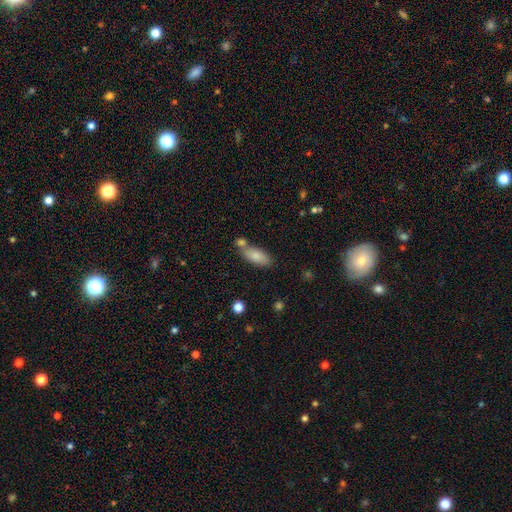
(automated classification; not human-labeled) The model was most divided on "merging": none: 56%, merger: 27%, minor disturbance: 14%, major disturbance: 4%. More confident: how rounded — in between (84%); smooth or featured — smooth (82%).